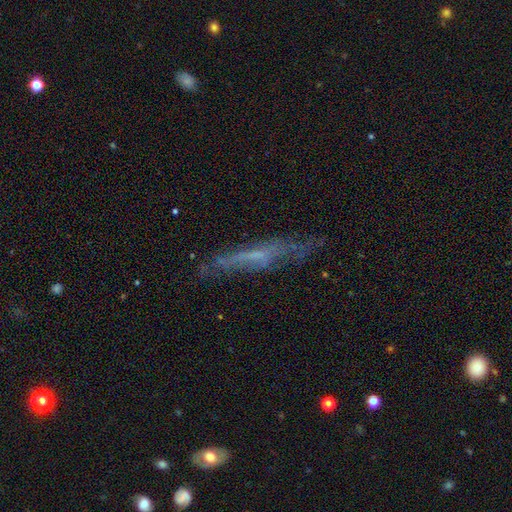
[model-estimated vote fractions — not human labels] A featured or disk galaxy (58%) viewed edge-on (76%).

Vote fractions:
- Smooth or featured? featured or disk: 58% / smooth: 32% / star or artifact: 11%
- Edge-on disk? yes: 76% / no: 24%
- Merging? none: 65% / minor disturbance: 22% / major disturbance: 10% / merger: 2%